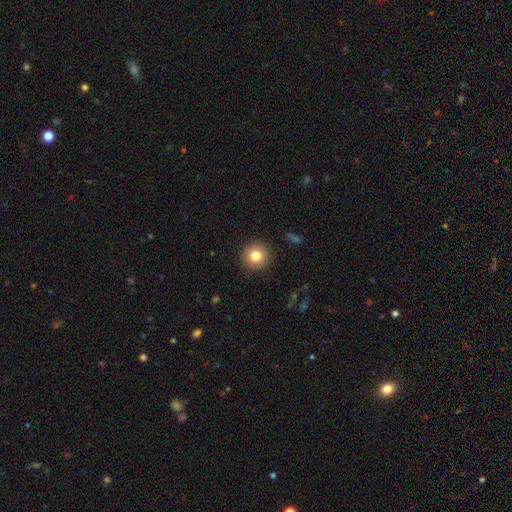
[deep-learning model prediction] Morphology: type=smooth (81%); roundness=round (94%); merging=none (91%).